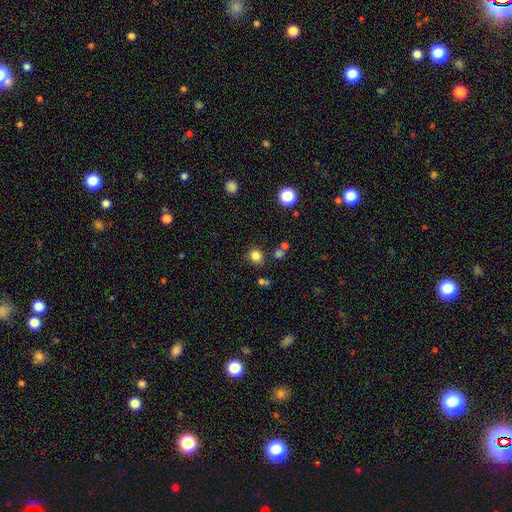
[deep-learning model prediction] smooth 82%, star or artifact 13%, featured or disk 5%. Down the decision tree: how rounded — round (71%); merging — none (80%).